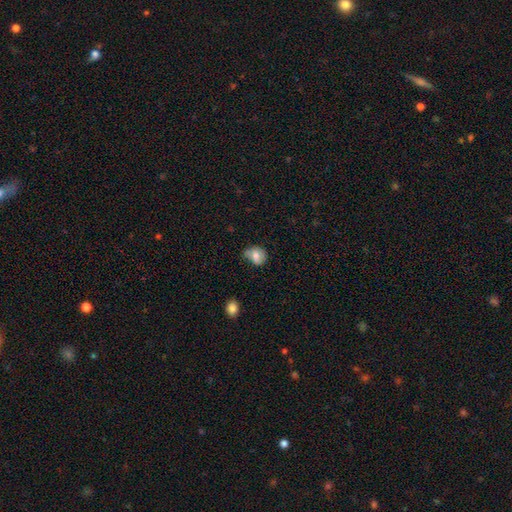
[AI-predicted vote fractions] Smooth or featured? Predicted: smooth (p=0.72). How rounded? Predicted: round (p=0.57). Merging? Predicted: none (p=0.46).